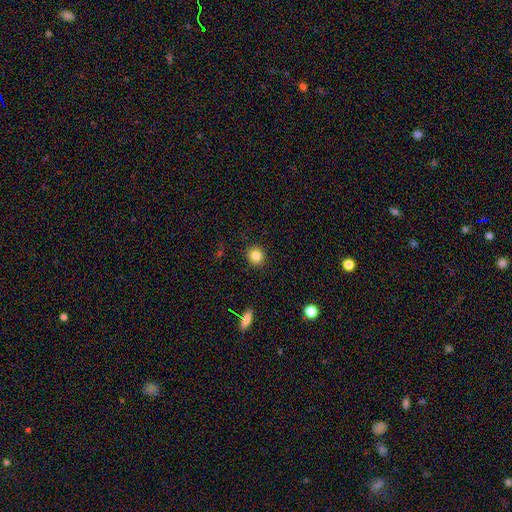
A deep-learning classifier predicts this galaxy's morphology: Smooth or featured: smooth — 84% (star or artifact — 10%)
How rounded: round — 87% (in between — 12%)
Merging: none — 91% (minor disturbance — 6%)